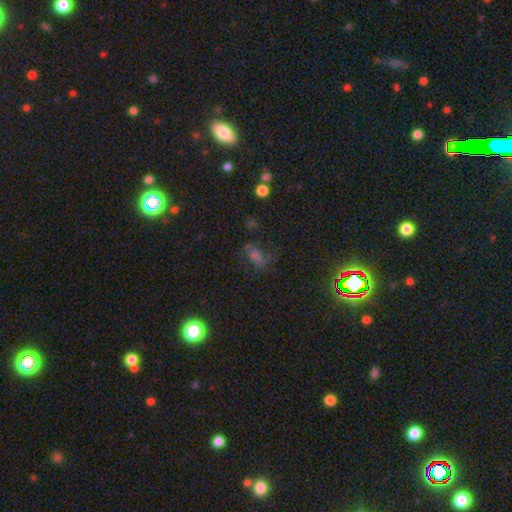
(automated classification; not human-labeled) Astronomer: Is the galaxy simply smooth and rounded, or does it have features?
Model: star or artifact — 44% (runner-up: smooth, 32%).